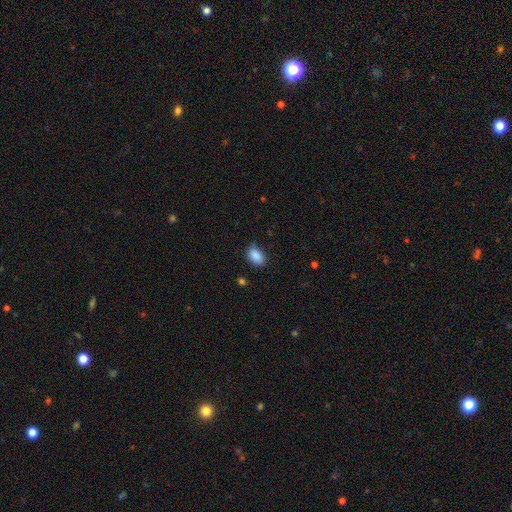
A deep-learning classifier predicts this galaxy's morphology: smooth-or-featured: smooth: 89% | star or artifact: 8% | featured or disk: 4%
  how-rounded: in between: 89% | round: 10% | cigar-shaped: 2%
  merging: none: 74% | minor disturbance: 20% | major disturbance: 4% | merger: 1%